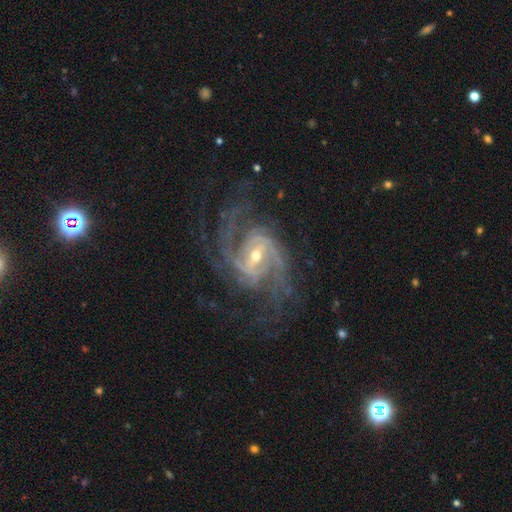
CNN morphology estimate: The model was most divided on "bar": weak: 45%, strong: 34%, no: 21%. Remaining: spiral arms — yes (98%); edge-on disk — no (97%); smooth or featured — featured or disk (92%); merging — none (69%); bulge size — small (57%); spiral winding — medium (52%); spiral arm count — 2 (42%).